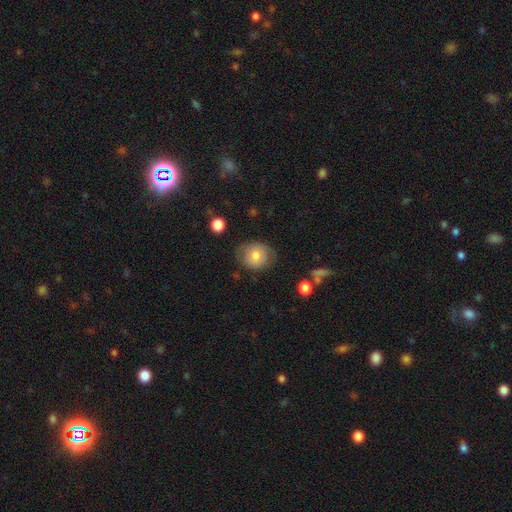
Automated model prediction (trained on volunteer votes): Smooth or featured: smooth — 73% (featured or disk — 19%)
How rounded: round — 78% (in between — 21%)
Merging: none — 69% (minor disturbance — 22%)